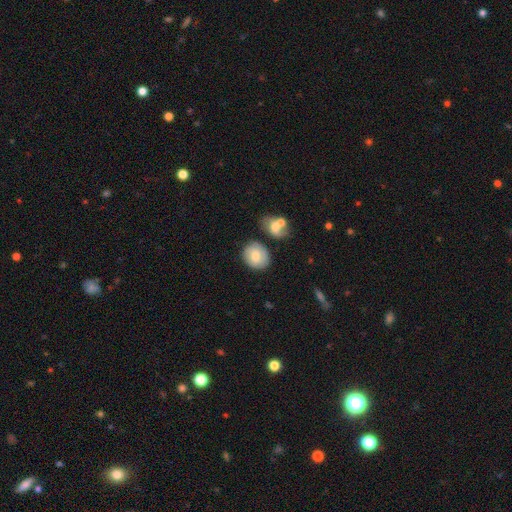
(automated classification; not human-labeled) A smooth galaxy with no disk features (68%) that is round (63%).

Vote fractions:
- Smooth or featured? smooth: 68% / featured or disk: 25% / star or artifact: 7%
- How rounded? round: 63% / in between: 36% / cigar-shaped: 1%
- Merging? none: 70% / minor disturbance: 16% / merger: 10% / major disturbance: 4%